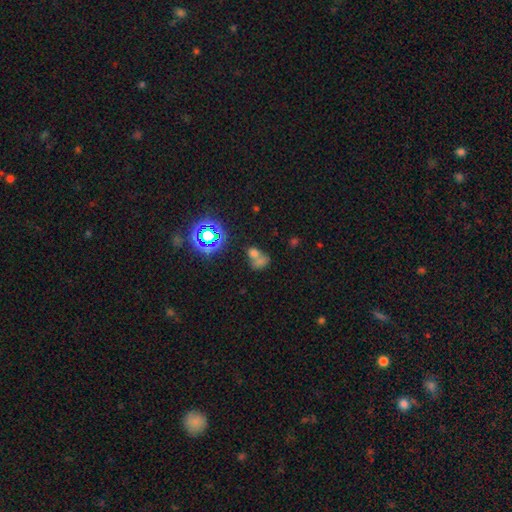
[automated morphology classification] Smooth or featured? Predicted: smooth (p=0.58). How rounded? Predicted: in between (p=0.59). Merging? Predicted: merger (p=0.58).